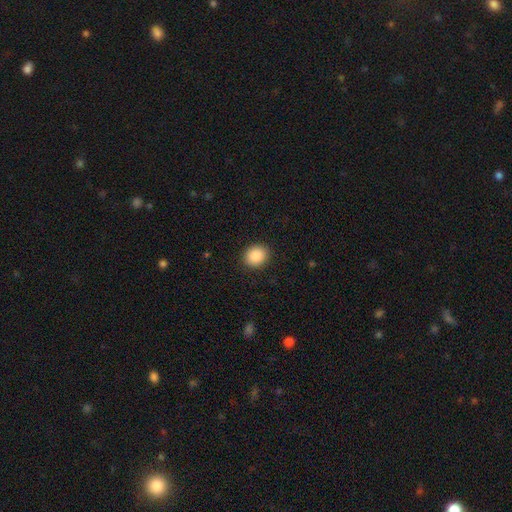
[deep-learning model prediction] Smooth or featured? smooth (88%)
How rounded? round (64%)
Merging? none (91%)